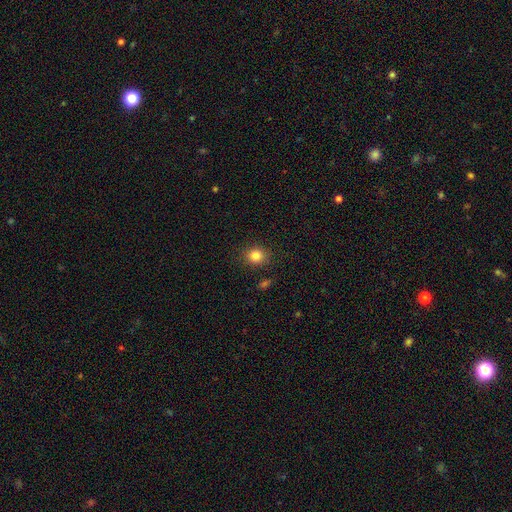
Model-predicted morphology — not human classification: Smooth or featured? smooth (83%)
How rounded? round (77%)
Merging? none (88%)